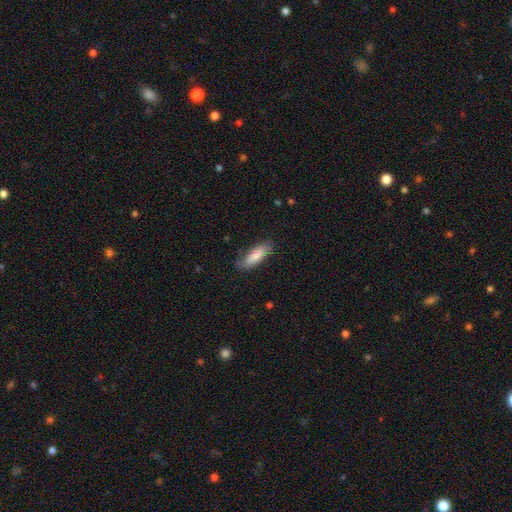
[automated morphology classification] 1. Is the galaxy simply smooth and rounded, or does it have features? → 82% smooth, 13% featured or disk, 6% star or artifact.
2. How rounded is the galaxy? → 52% in between, 46% cigar-shaped, 2% round.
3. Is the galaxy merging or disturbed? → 79% none, 16% minor disturbance, 3% major disturbance, 1% merger.